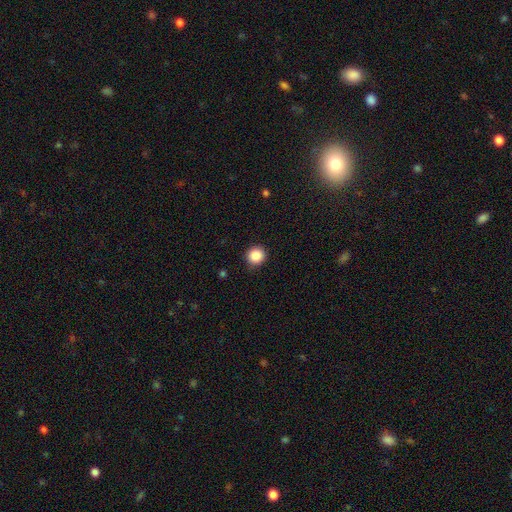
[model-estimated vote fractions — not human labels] The model was most divided on "smooth or featured": smooth: 87%, star or artifact: 10%, featured or disk: 3%. More confident: how rounded — round (92%); merging — none (90%).